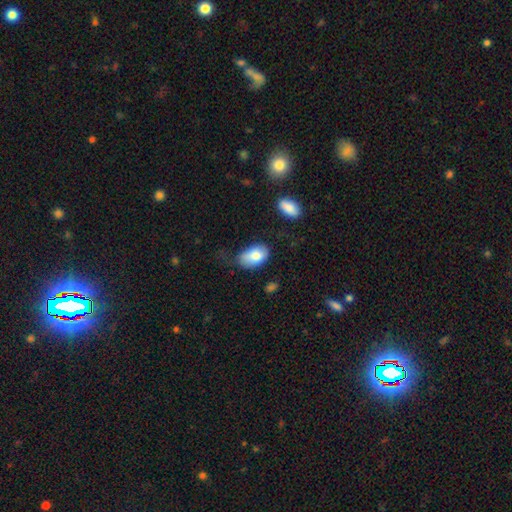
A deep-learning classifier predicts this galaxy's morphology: Q: Smooth or featured?
A: smooth (80%); runner-up: featured or disk (13%)
Q: How rounded?
A: in between (91%); runner-up: round (7%)
Q: Merging?
A: none (52%); runner-up: minor disturbance (32%)